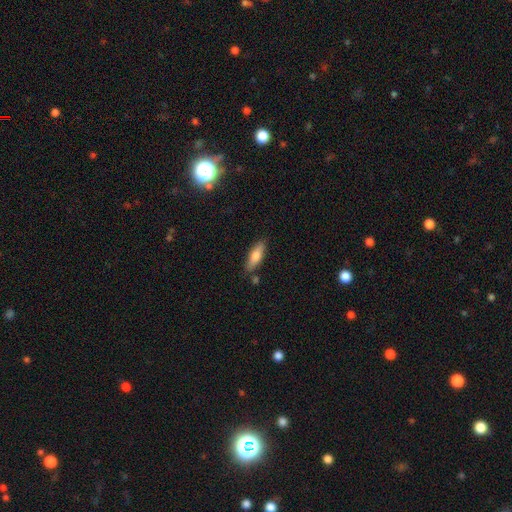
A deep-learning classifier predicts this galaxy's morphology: The model was most divided on "how rounded": in between: 53%, cigar-shaped: 45%, round: 2%. More confident: merging — none (81%); smooth or featured — smooth (74%).